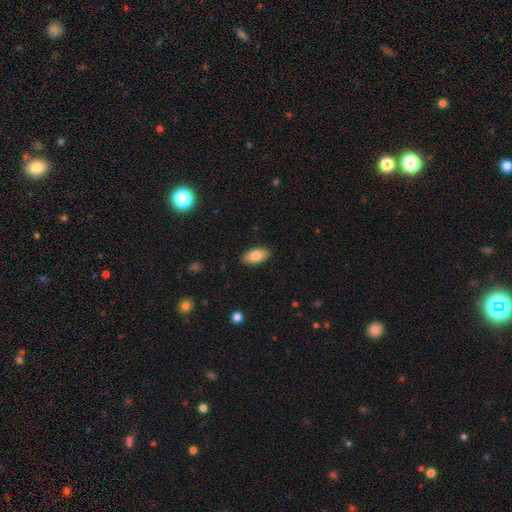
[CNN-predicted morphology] Smooth or featured?
  - smooth: 83% *
  - featured or disk: 10%
  - star or artifact: 7%
How rounded?
  - in between: 93% *
  - cigar-shaped: 5%
  - round: 3%
Merging?
  - none: 88% *
  - minor disturbance: 9%
  - major disturbance: 2%
  - merger: 1%